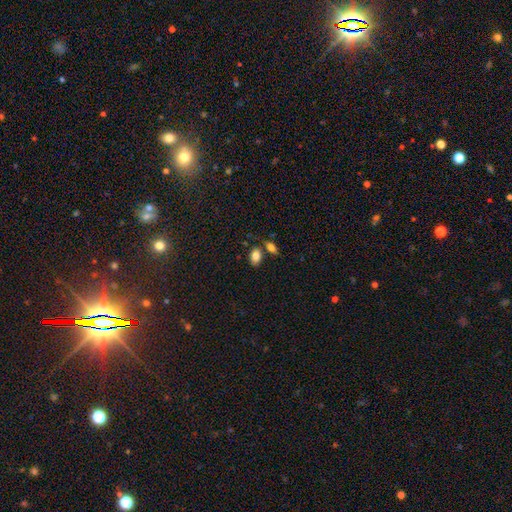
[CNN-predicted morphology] type=smooth (84%); roundness=in between (89%); merging=none (69%).